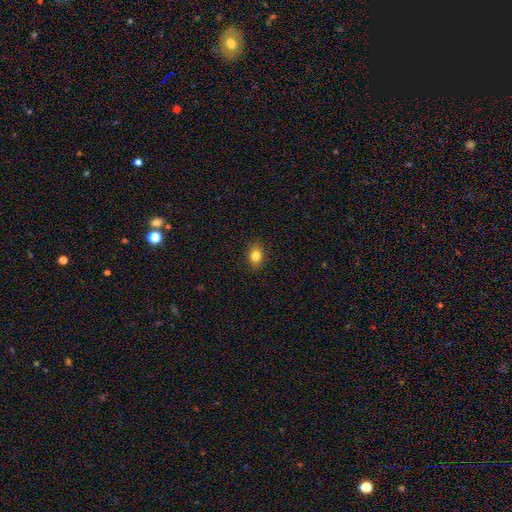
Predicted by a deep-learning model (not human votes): Smooth or featured? smooth (82%)
How rounded? in between (56%)
Merging? none (89%)